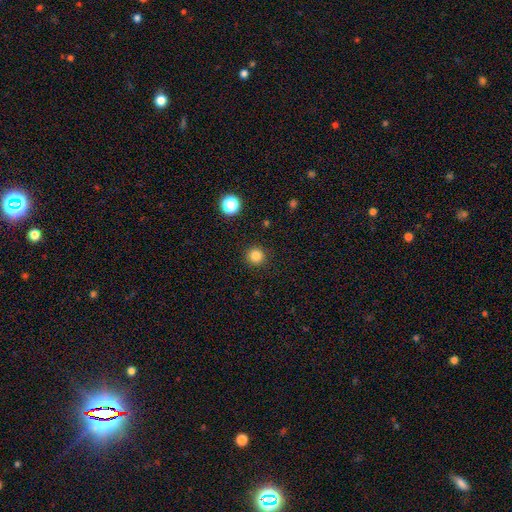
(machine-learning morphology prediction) type=smooth (84%); roundness=round (95%); merging=none (92%).